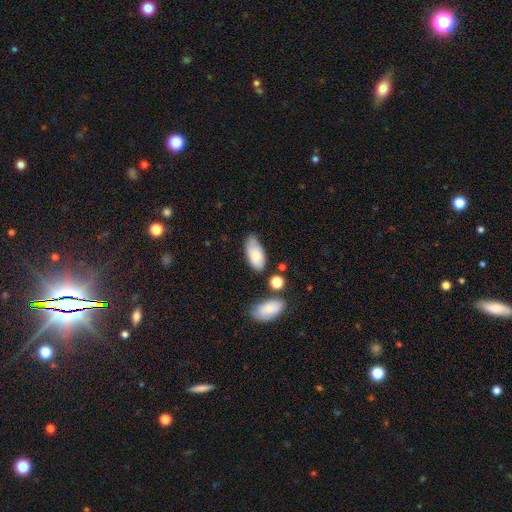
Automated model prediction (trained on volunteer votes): Morphology: type=smooth (72%); roundness=in between (92%); merging=none (53%).